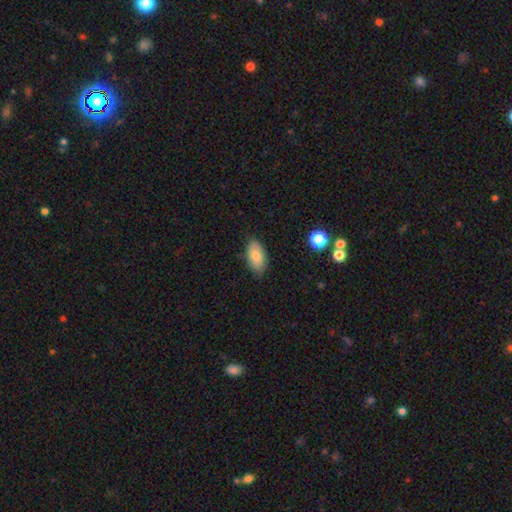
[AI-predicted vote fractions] Morphology: type=smooth (79%); roundness=in between (93%); merging=none (84%).